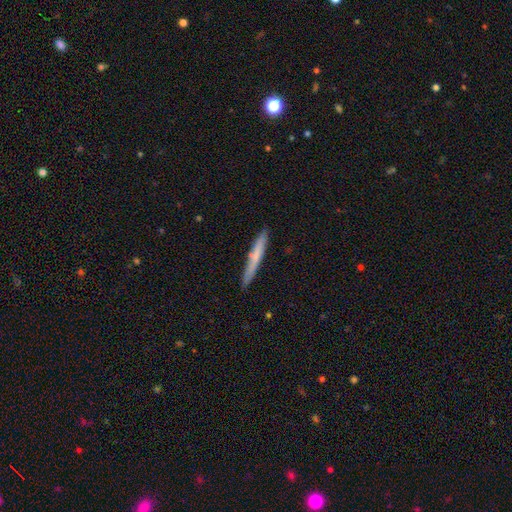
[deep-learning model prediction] A smooth galaxy with no disk features (63%) that is cigar-shaped (96%). Merging: none (86%).